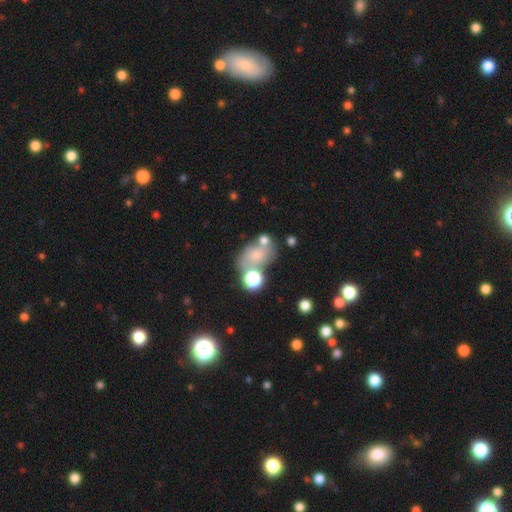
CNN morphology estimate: smooth 65%, featured or disk 20%, star or artifact 15%. Down the decision tree: how rounded — in between (71%); merging — none (42%).